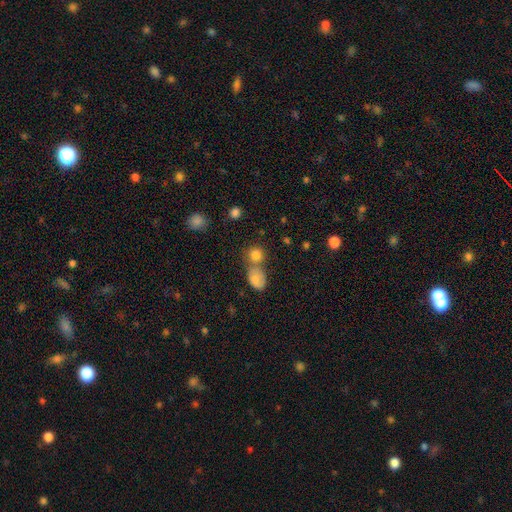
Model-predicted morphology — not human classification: smooth 79%, star or artifact 11%, featured or disk 10%. Down the decision tree: how rounded — round (79%); merging — none (49%).